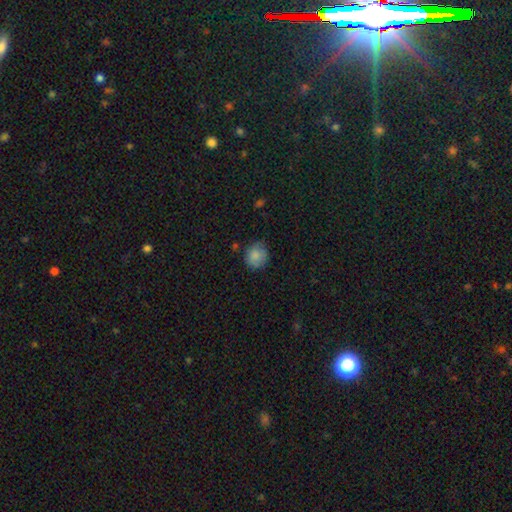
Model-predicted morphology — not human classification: Overall: smooth (86%). How rounded: round (83%). Merging: none (75%).